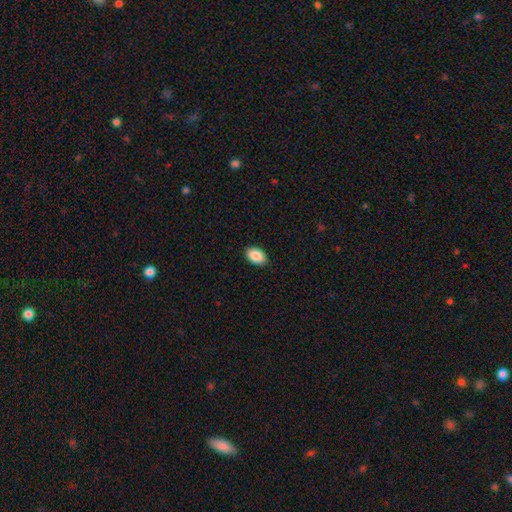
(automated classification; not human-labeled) This is clearly a smooth galaxy (89%). How rounded: clearly in between (89%). Merging: clearly none (89%).